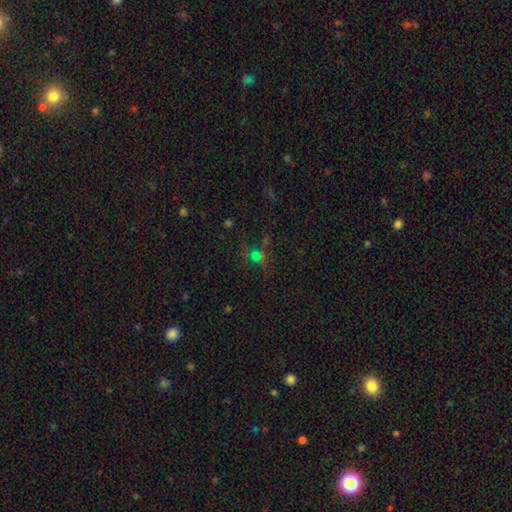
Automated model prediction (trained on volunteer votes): Morphology: type=star or artifact (46%).